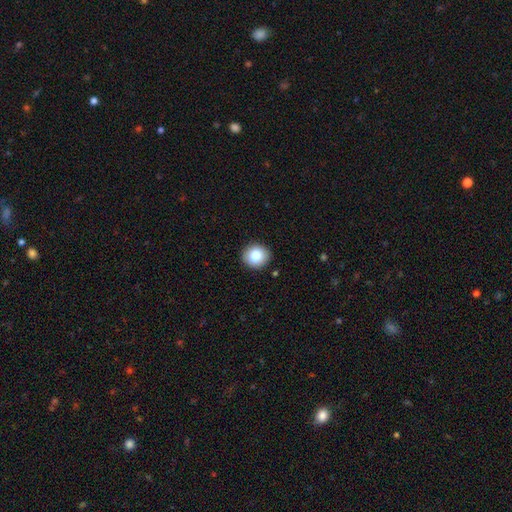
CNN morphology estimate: Smooth or featured? smooth (85%)
How rounded? round (86%)
Merging? none (90%)